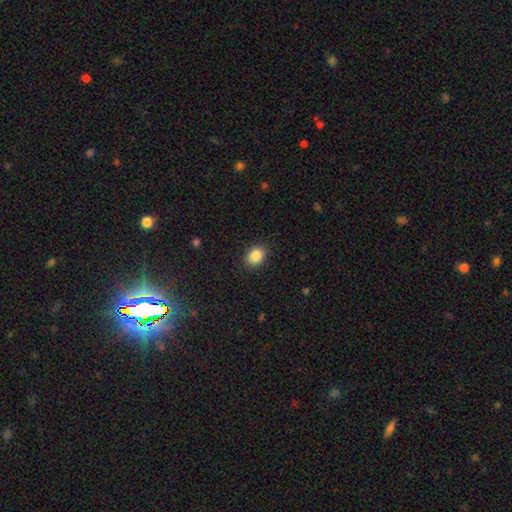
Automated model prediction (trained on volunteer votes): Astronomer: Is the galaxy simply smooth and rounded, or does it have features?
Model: smooth — 87%.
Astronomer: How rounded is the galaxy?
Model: in between — 57% (runner-up: round, 42%).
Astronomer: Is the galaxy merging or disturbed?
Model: none — 89%.